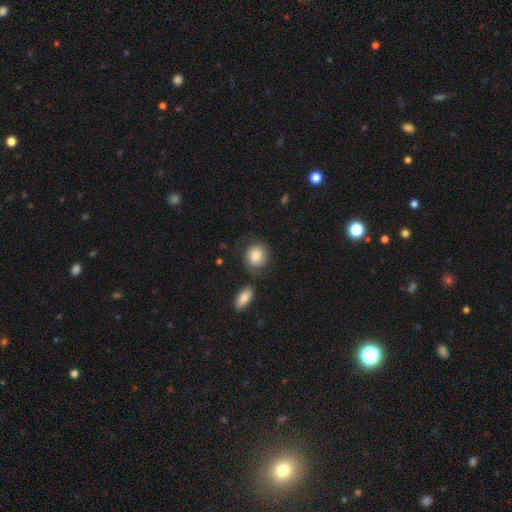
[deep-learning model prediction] Smooth or featured? Predicted: smooth (p=0.80). How rounded? Predicted: round (p=0.76). Merging? Predicted: none (p=0.64).